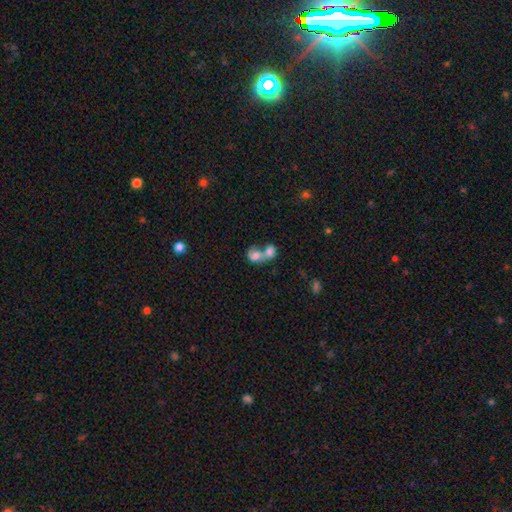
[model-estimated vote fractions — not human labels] The model was most divided on "how rounded": in between: 57%, round: 42%, cigar-shaped: 1%. More confident: merging — merger (77%); smooth or featured — smooth (69%).